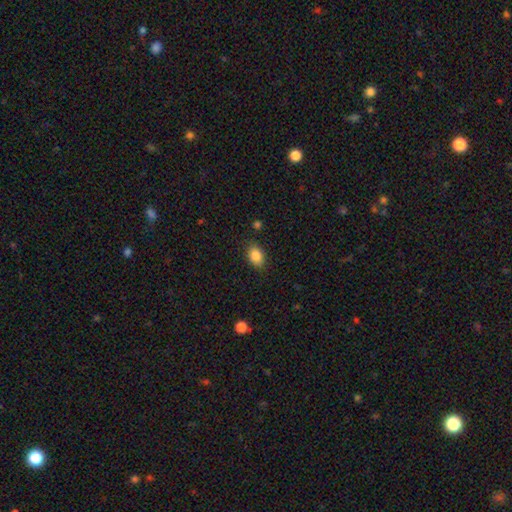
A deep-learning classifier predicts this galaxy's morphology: smooth-or-featured: smooth: 87% | star or artifact: 8% | featured or disk: 5%
  how-rounded: in between: 81% | round: 18% | cigar-shaped: 1%
  merging: none: 84% | minor disturbance: 12% | major disturbance: 3% | merger: 2%